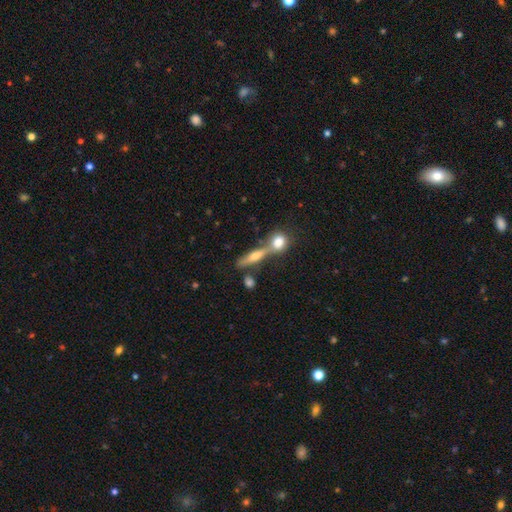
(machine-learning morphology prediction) smooth-or-featured: featured or disk: 48% | smooth: 40% | star or artifact: 12%
  merging: none: 54% | merger: 30% | minor disturbance: 11% | major disturbance: 5%